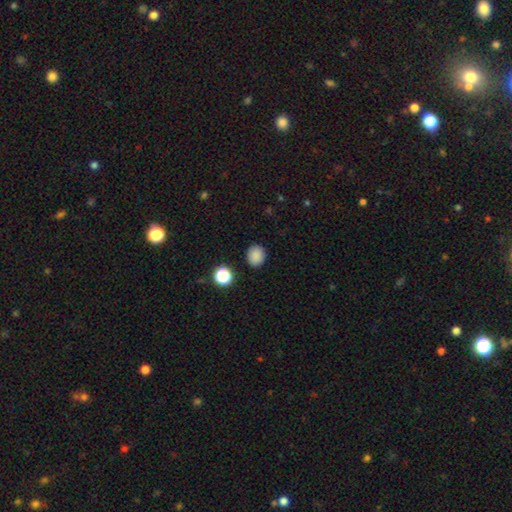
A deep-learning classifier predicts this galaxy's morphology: Smooth or featured? Predicted: smooth (p=0.85). How rounded? Predicted: round (p=0.76). Merging? Predicted: none (p=0.88).